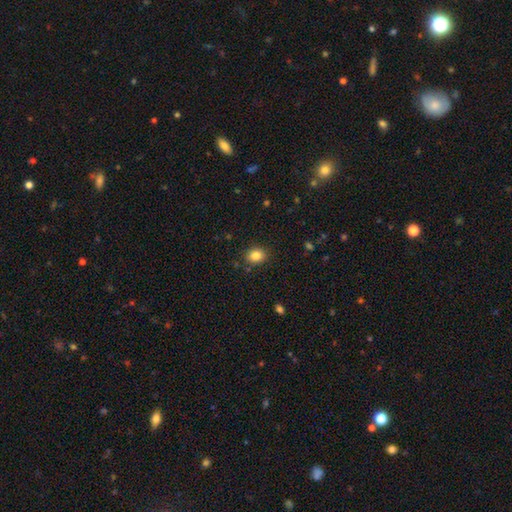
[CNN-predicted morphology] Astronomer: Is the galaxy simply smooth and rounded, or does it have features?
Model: smooth — 85%.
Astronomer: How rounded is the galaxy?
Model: round — 51% (runner-up: in between, 48%).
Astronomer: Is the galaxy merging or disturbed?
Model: none — 87%.